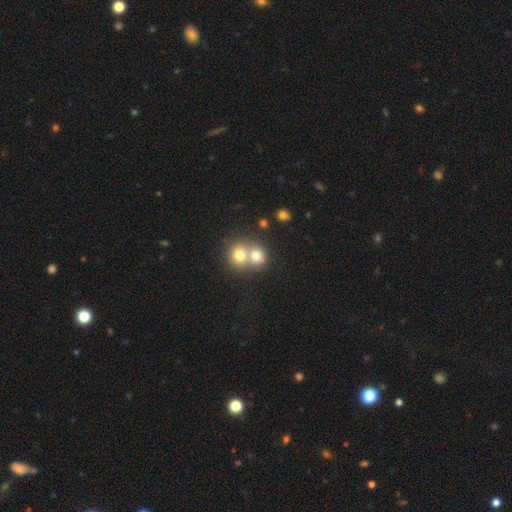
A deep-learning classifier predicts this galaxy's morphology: A smooth galaxy with no disk features (72%) that is round (77%). Merging: merger (65%).